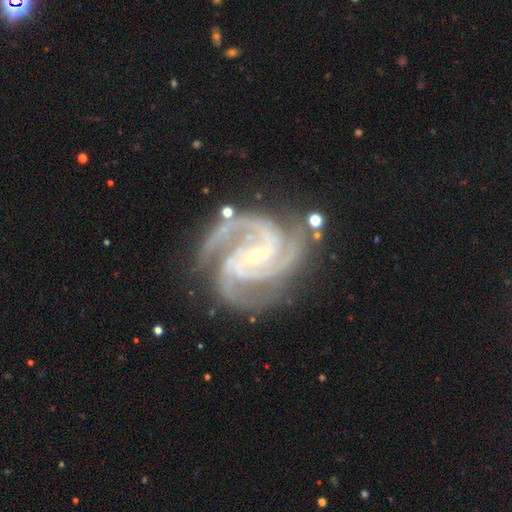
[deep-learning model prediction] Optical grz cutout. It shows a featured or disk galaxy (94%) with a weak bar (38%, tied with no), 3 (51%) tight (54%) spiral arms (99%) and a small central bulge (81%). Merging: none (74%).